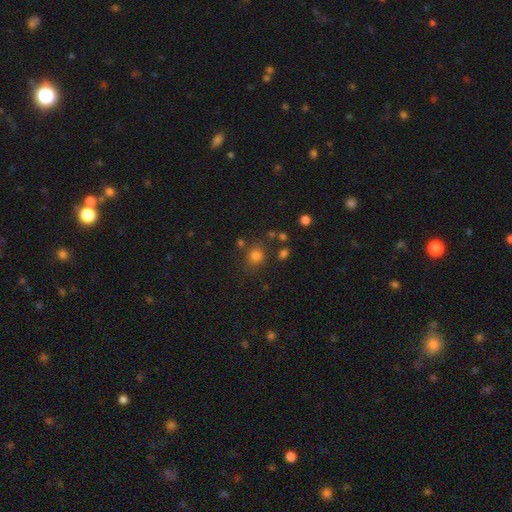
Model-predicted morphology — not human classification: Overall: smooth (78%). How rounded: round (68%; in between 31%). Merging: none (73%).